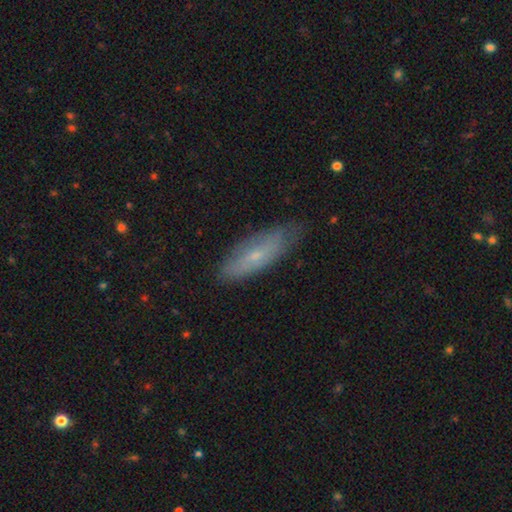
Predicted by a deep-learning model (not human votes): A smooth galaxy with no disk features (55%) that is in between round and cigar-shaped (53%). Merging: none (73%).